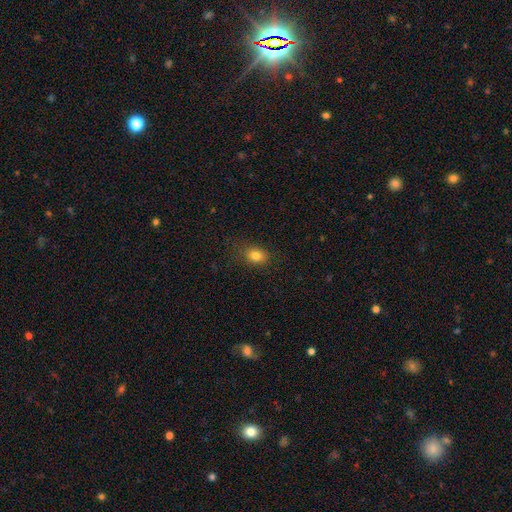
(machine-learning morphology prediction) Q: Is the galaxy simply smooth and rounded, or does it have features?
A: smooth — 81%.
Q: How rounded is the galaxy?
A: in between — 64%.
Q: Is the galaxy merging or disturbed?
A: none — 82%.